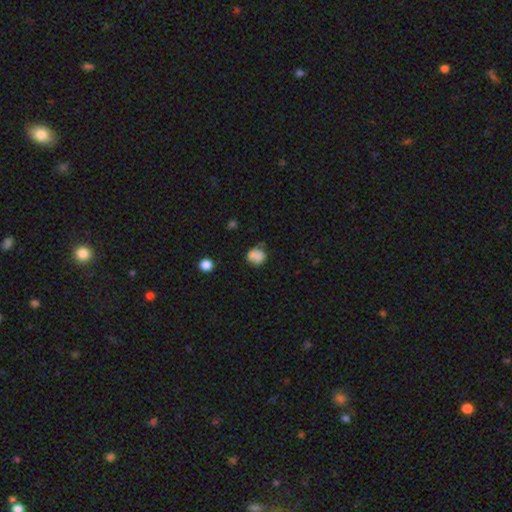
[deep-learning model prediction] smooth-or-featured: smooth: 77% | featured or disk: 12% | star or artifact: 11%
  how-rounded: round: 72% | in between: 27% | cigar-shaped: 1%
  merging: none: 53% | minor disturbance: 26% | merger: 13% | major disturbance: 9%